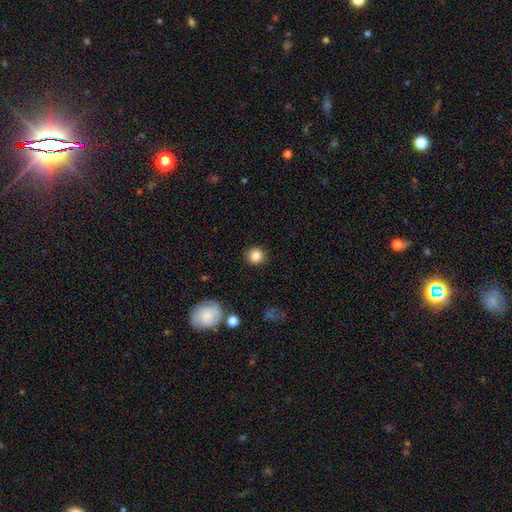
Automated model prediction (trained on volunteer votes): Smooth or featured? Predicted: smooth (p=0.85). How rounded? Predicted: round (p=0.91). Merging? Predicted: none (p=0.90).